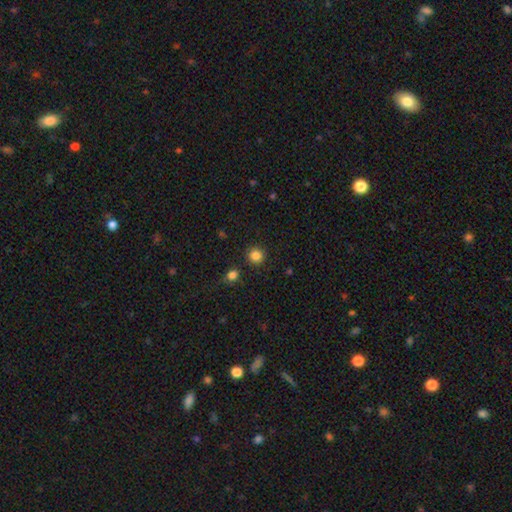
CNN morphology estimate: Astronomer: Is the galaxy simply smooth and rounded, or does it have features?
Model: smooth — 84%.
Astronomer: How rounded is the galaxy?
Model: round — 93%.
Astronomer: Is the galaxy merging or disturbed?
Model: none — 89%.